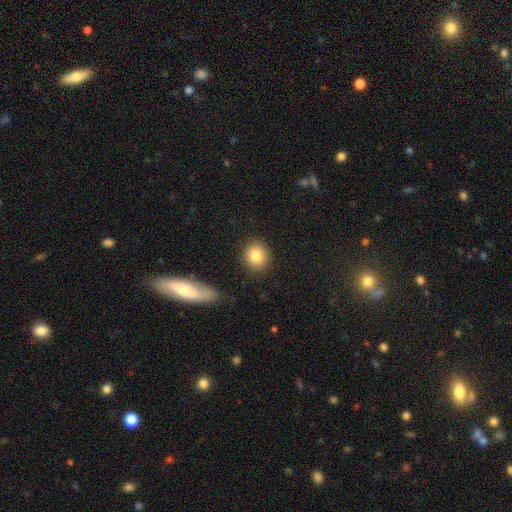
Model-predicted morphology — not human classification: smooth_or_featured: smooth (p=0.85) [alt: star or artifact p=0.08]
how_rounded: round (p=0.81) [alt: in between p=0.17]
merging: none (p=0.87) [alt: minor disturbance p=0.08]